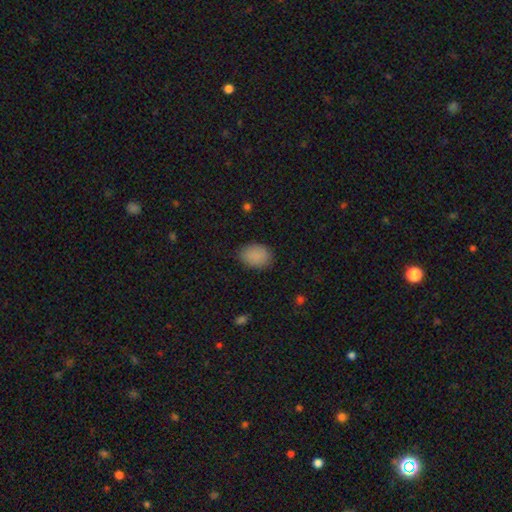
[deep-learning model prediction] This appears to be a smooth galaxy with no disk features (88%) that is in between round and cigar-shaped (72%). Merging: none (84%).